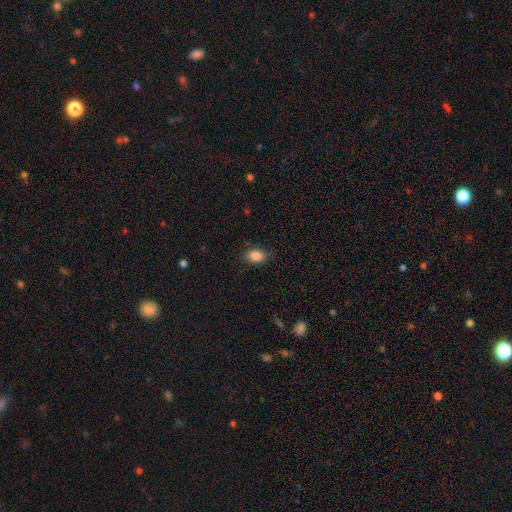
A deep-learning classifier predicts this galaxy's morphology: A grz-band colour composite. It shows a smooth galaxy with no disk features (86%) that is in between round and cigar-shaped (77%). Merging: none (82%).